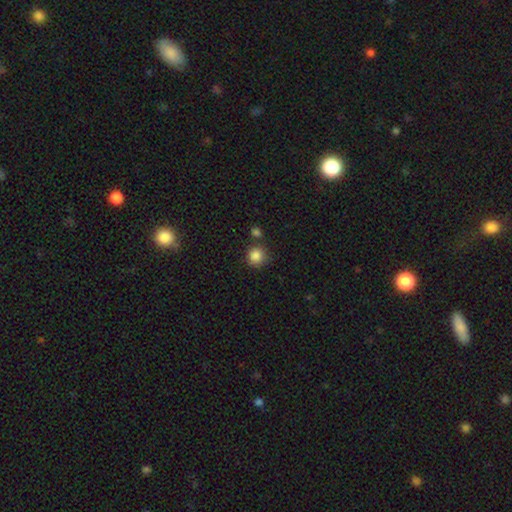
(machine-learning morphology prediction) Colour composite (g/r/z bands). It shows a smooth galaxy with no disk features (86%) that is round (92%). Merging: none (76%).